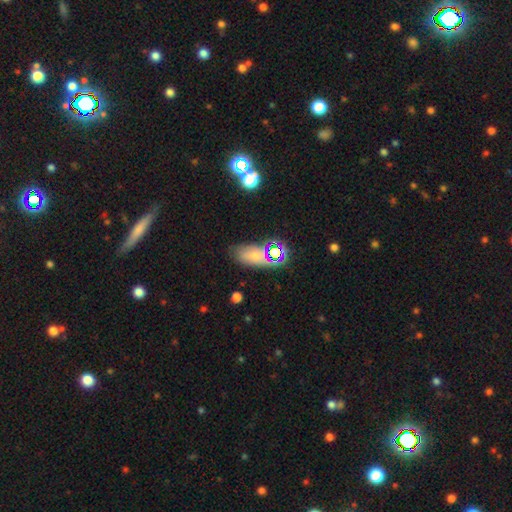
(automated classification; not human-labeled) Smooth or featured? Predicted: smooth (p=0.59). How rounded? Predicted: in between (p=0.86). Merging? Predicted: none (p=0.60).